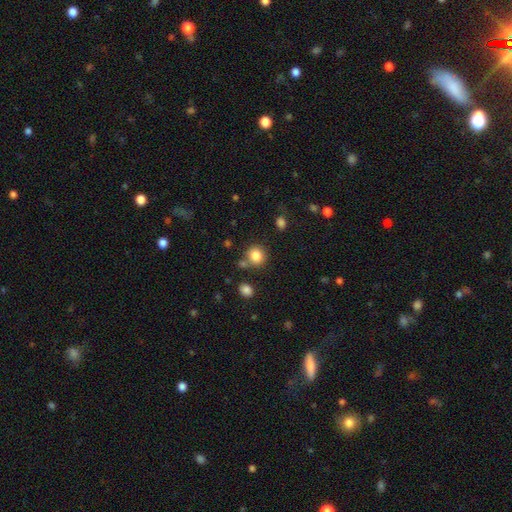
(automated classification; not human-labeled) smooth_or_featured: smooth (p=0.83) [alt: star or artifact p=0.11]
how_rounded: round (p=0.83) [alt: in between p=0.16]
merging: none (p=0.72) [alt: merger p=0.13]